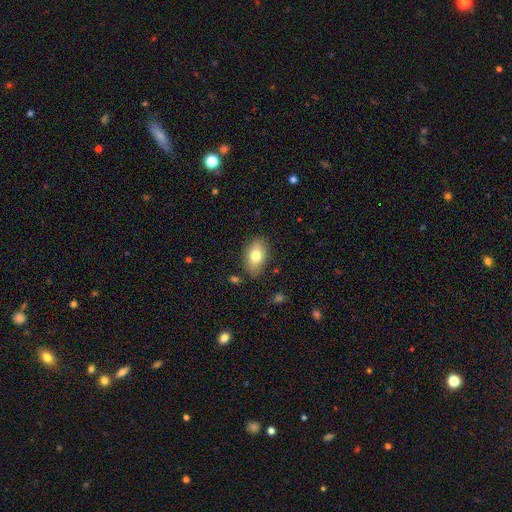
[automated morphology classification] Q: Smooth or featured?
A: smooth (76%); runner-up: featured or disk (16%)
Q: How rounded?
A: in between (90%); runner-up: round (7%)
Q: Merging?
A: none (83%); runner-up: minor disturbance (12%)